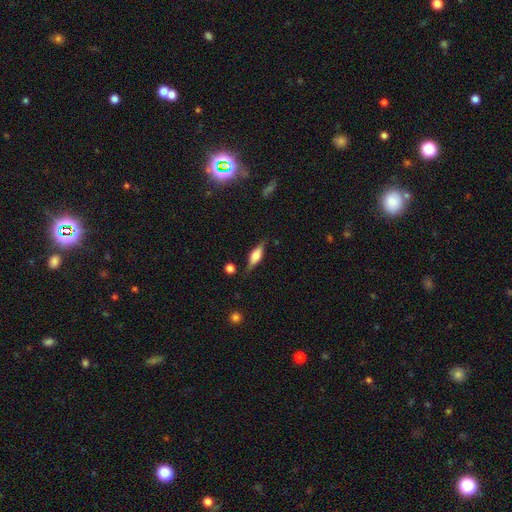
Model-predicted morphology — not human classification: smooth-or-featured: smooth: 48% | featured or disk: 45% | star or artifact: 7%
  merging: none: 77% | minor disturbance: 16% | major disturbance: 4% | merger: 2%